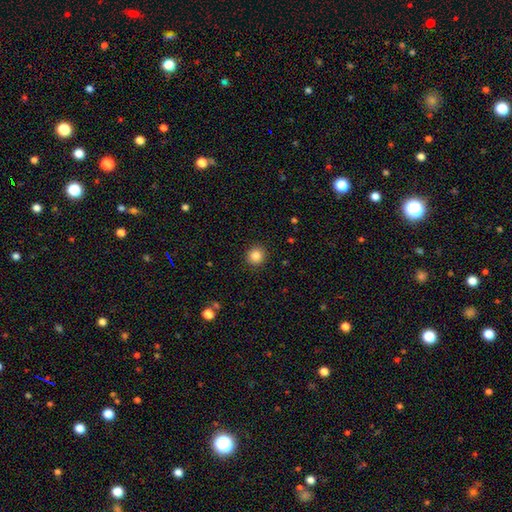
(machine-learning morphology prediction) A smooth galaxy with no disk features (86%) that is round (93%). Merging: none (91%).